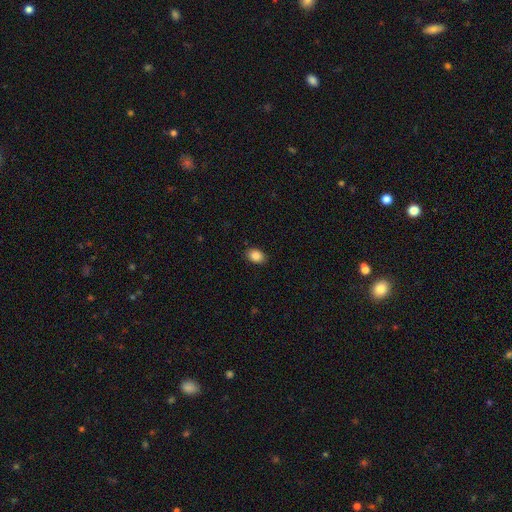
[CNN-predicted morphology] Smooth or featured? Predicted: smooth (p=0.88). How rounded? Predicted: in between (p=0.76). Merging? Predicted: none (p=0.87).